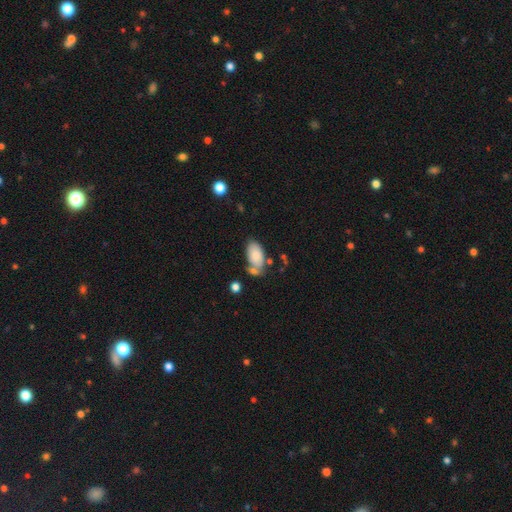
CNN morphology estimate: Overall: smooth (79%). How rounded: in between (94%). Merging: none (53%; merger 21%).